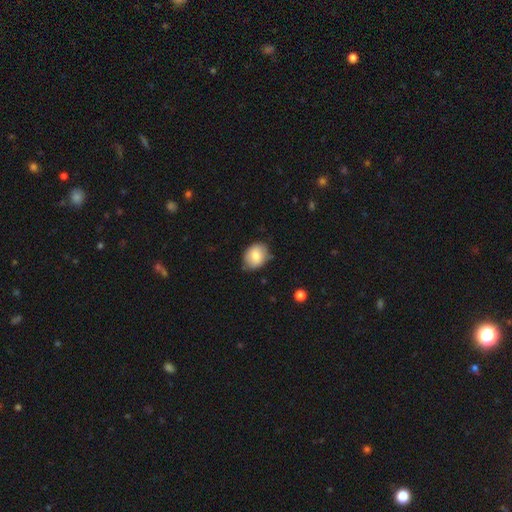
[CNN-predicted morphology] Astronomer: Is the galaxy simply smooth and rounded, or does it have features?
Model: smooth — 78%.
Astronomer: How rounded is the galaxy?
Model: in between — 52% (runner-up: round, 47%).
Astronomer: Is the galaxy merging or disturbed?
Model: none — 72%.